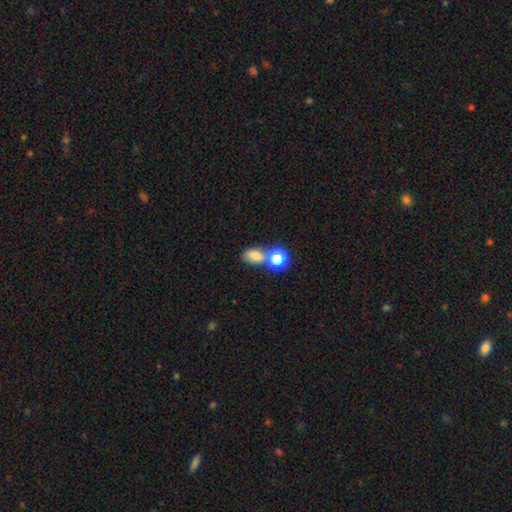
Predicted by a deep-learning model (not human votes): Overall: smooth (75%). How rounded: in between (67%; round 31%). Merging: none (45%; merger 39%).